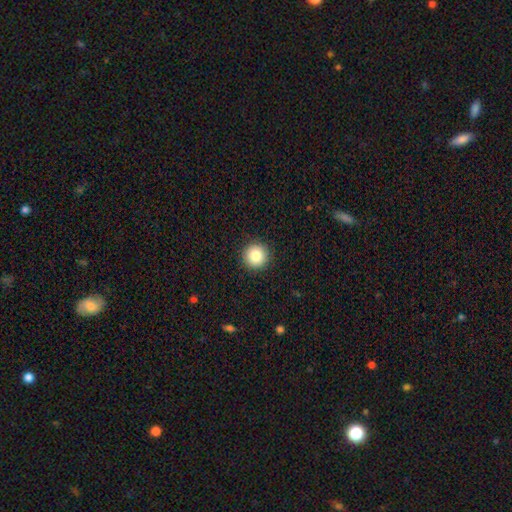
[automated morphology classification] A smooth galaxy with no disk features (83%) that is round (96%).

Vote fractions:
- Smooth or featured? smooth: 83% / star or artifact: 10% / featured or disk: 7%
- How rounded? round: 96% / in between: 3% / cigar-shaped: 1%
- Merging? none: 92% / minor disturbance: 5% / major disturbance: 2% / merger: 1%